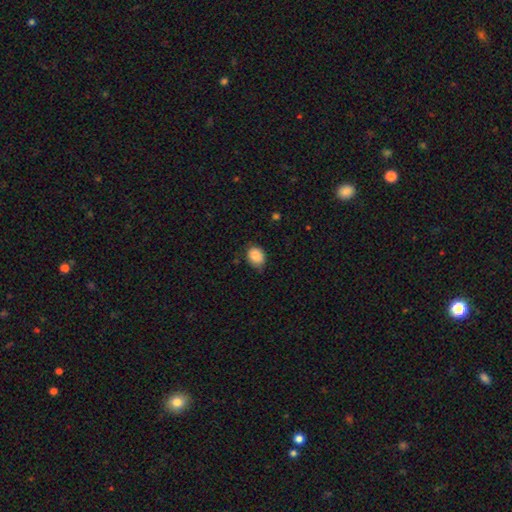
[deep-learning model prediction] Smooth or featured?
  - smooth: 88% *
  - star or artifact: 8%
  - featured or disk: 4%
How rounded?
  - in between: 57% *
  - round: 42%
  - cigar-shaped: 1%
Merging?
  - none: 70% *
  - minor disturbance: 24%
  - major disturbance: 4%
  - merger: 1%